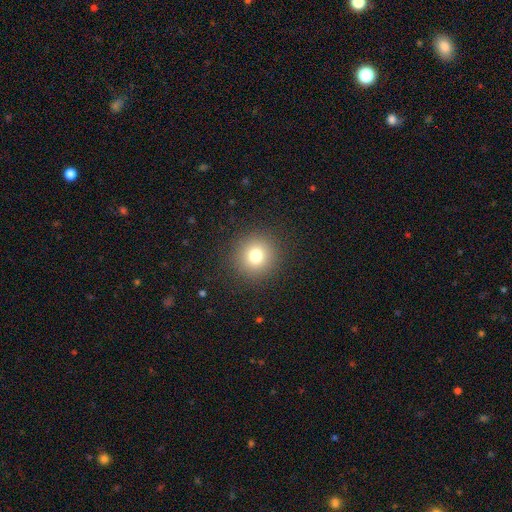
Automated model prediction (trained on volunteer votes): A smooth galaxy with no disk features (77%) that is round (94%).

Vote fractions:
- Smooth or featured? smooth: 77% / star or artifact: 14% / featured or disk: 9%
- How rounded? round: 94% / in between: 5% / cigar-shaped: 1%
- Merging? none: 91% / minor disturbance: 5% / major disturbance: 3% / merger: 1%